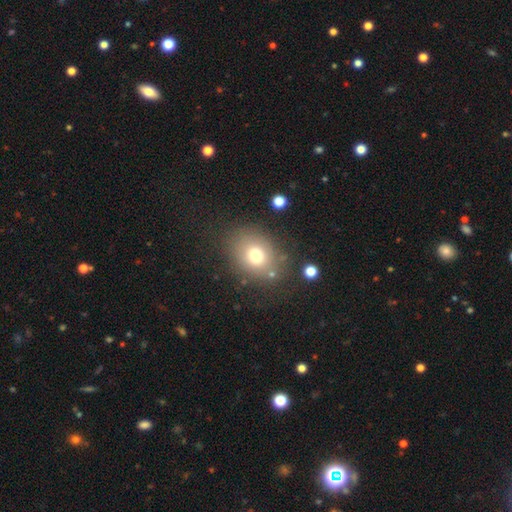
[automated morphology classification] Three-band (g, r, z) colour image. It shows a smooth galaxy with no disk features (72%) that is round (50%). Merging: none (76%).